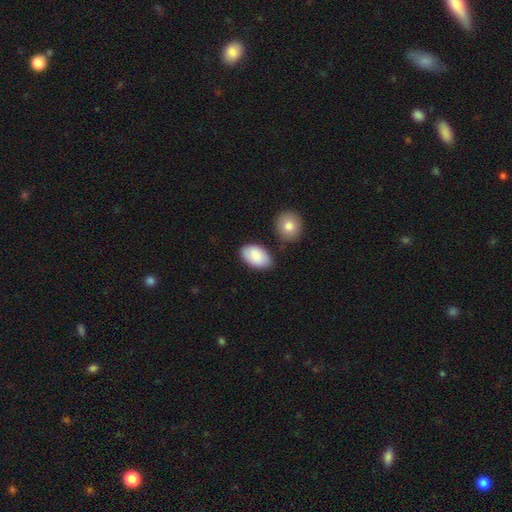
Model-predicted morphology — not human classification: smooth_or_featured: smooth (p=0.85) [alt: featured or disk p=0.09]
how_rounded: in between (p=0.94) [alt: round p=0.05]
merging: none (p=0.72) [alt: minor disturbance p=0.18]